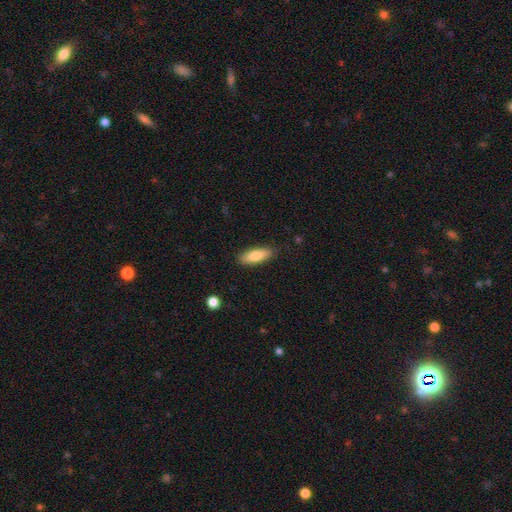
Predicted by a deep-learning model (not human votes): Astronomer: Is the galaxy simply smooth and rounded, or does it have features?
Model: smooth — 83%.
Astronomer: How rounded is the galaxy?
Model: in between — 62%.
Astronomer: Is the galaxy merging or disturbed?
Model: none — 87%.